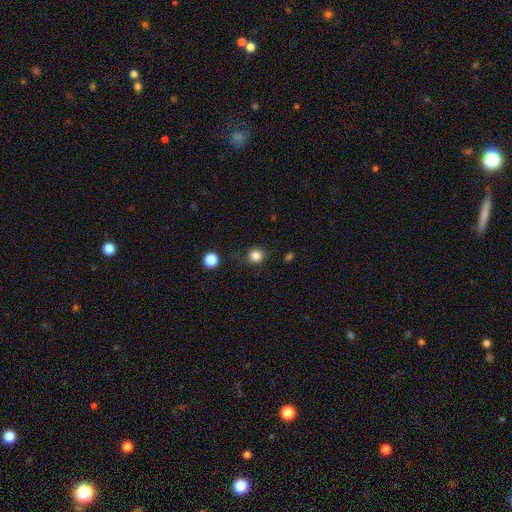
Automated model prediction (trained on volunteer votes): Smooth or featured? smooth (83%)
How rounded? round (85%)
Merging? none (80%)